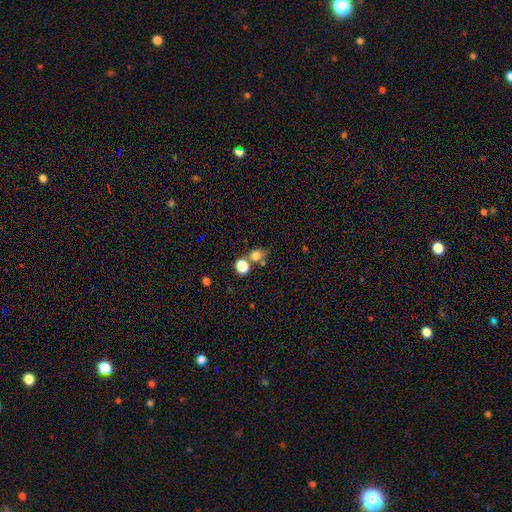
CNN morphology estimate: Overall: smooth (76%). How rounded: round (72%). Merging: none (53%; merger 30%).